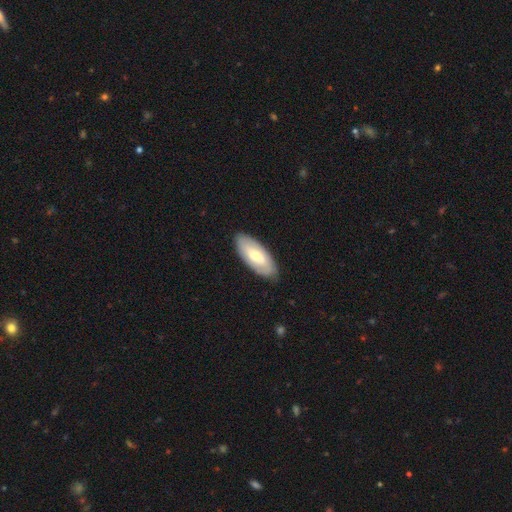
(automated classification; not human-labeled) smooth 55%, featured or disk 40%, star or artifact 5%. Down the decision tree: how rounded — in between (87%); merging — none (85%).